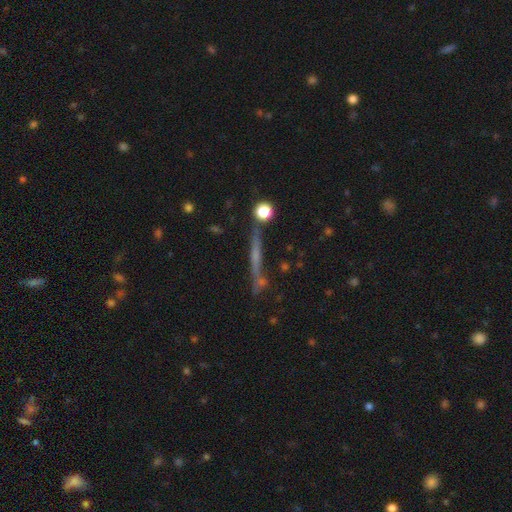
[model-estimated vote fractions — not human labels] smooth_or_featured: featured or disk (p=0.53) [alt: smooth p=0.34]
disk_edge_on: yes (p=0.93) [alt: no p=0.07]
merging: none (p=0.77) [alt: minor disturbance p=0.12]